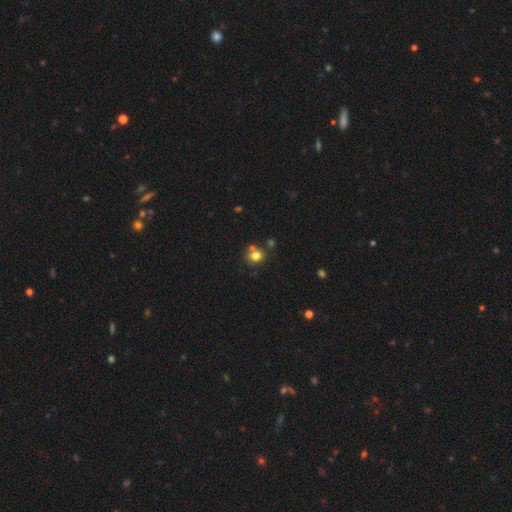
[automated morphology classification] This is likely a smooth galaxy (78%). How rounded: clearly round (80%). Merging: likely none (64%).